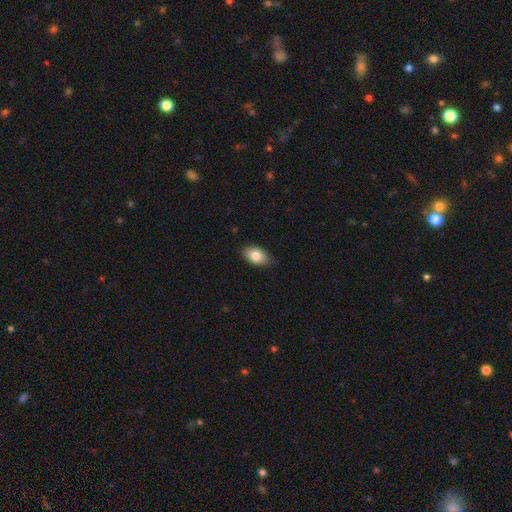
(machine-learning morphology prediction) Smooth or featured? Predicted: smooth (p=0.84). How rounded? Predicted: in between (p=0.91). Merging? Predicted: none (p=0.81).